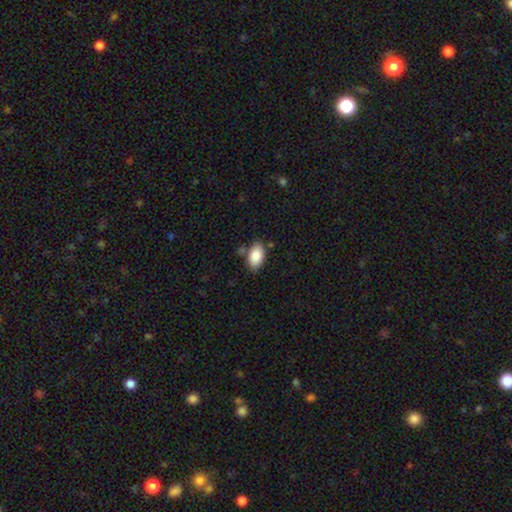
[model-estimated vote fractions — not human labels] Smooth or featured?
  - smooth: 87% *
  - star or artifact: 7%
  - featured or disk: 6%
How rounded?
  - in between: 93% *
  - round: 5%
  - cigar-shaped: 2%
Merging?
  - none: 77% *
  - minor disturbance: 14%
  - merger: 6%
  - major disturbance: 3%